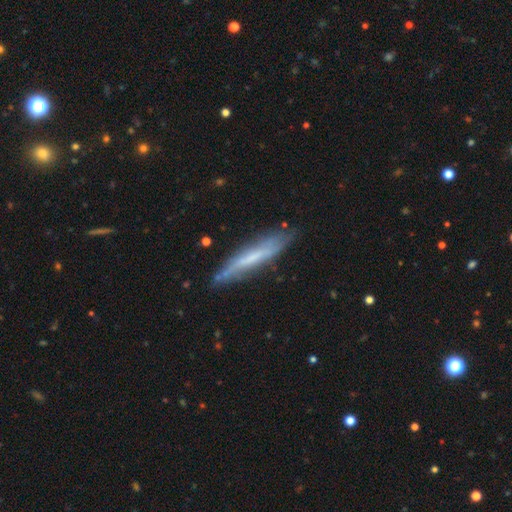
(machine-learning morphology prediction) A featured or disk galaxy (50%). Merging: none (77%).